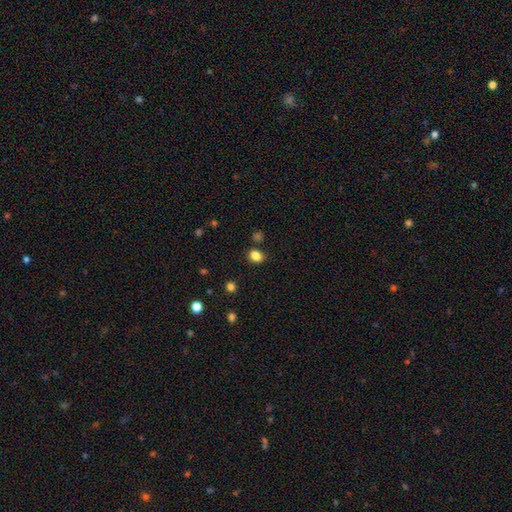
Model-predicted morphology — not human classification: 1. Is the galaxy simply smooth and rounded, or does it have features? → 83% smooth, 12% star or artifact, 4% featured or disk.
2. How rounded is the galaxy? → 53% round, 46% in between, 1% cigar-shaped.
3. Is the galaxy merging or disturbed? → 79% none, 13% minor disturbance, 5% merger, 3% major disturbance.